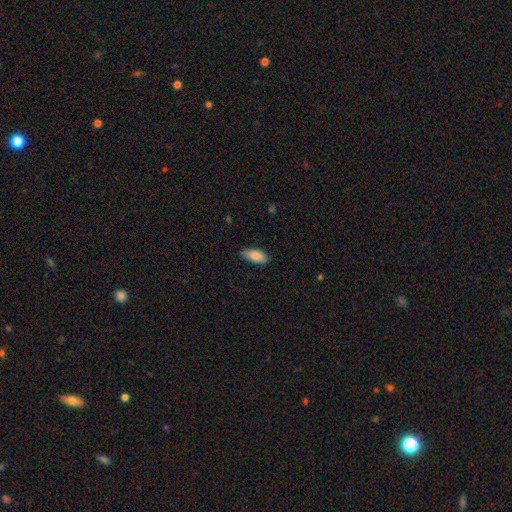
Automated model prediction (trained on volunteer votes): A smooth galaxy with no disk features (86%) that is in between round and cigar-shaped (84%). Merging: none (82%).